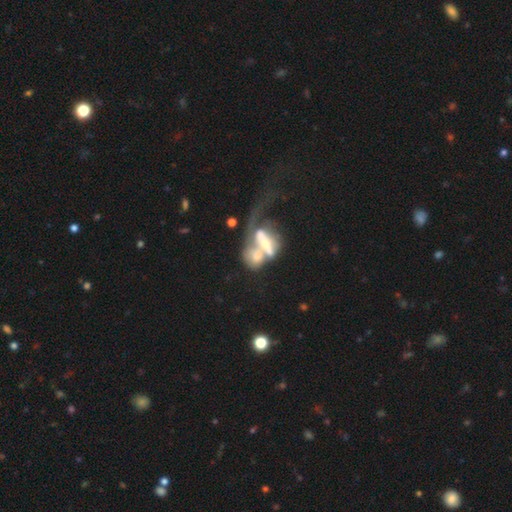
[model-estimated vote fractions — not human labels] Smooth or featured? featured or disk (53%)
Edge-on disk? no (87%)
Merging? merger (66%)